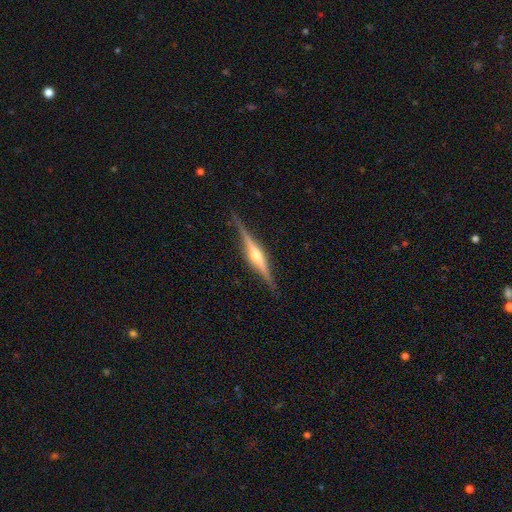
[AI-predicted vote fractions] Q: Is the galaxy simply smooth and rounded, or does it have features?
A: featured or disk — 84%.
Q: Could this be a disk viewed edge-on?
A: yes — 98%.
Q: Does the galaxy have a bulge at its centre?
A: rounded — 88%.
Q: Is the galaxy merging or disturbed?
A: none — 88%.